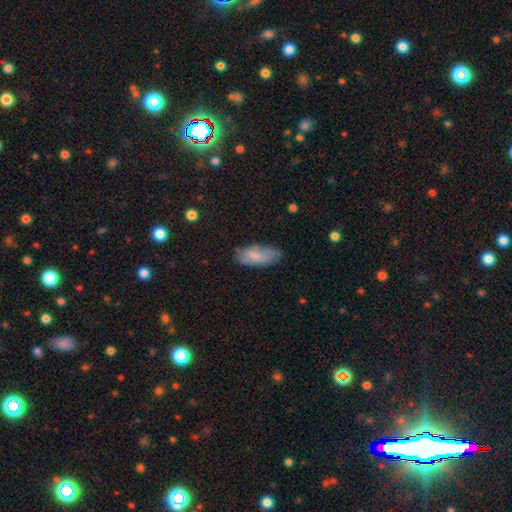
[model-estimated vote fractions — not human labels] Smooth or featured? smooth (70%)
How rounded? in between (82%)
Merging? none (62%)